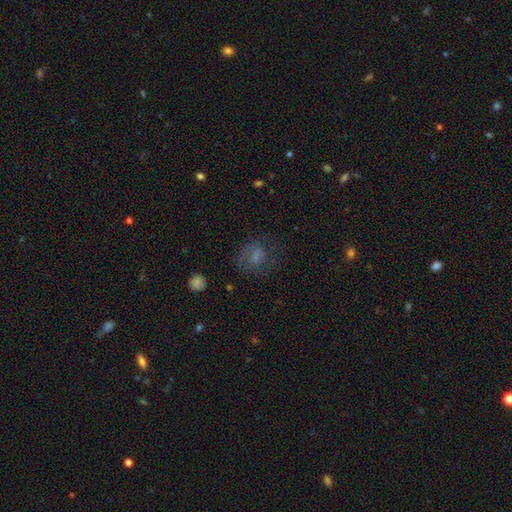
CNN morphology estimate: Smooth or featured? Predicted: smooth (p=0.53). How rounded? Predicted: round (p=0.63). Merging? Predicted: none (p=0.54).